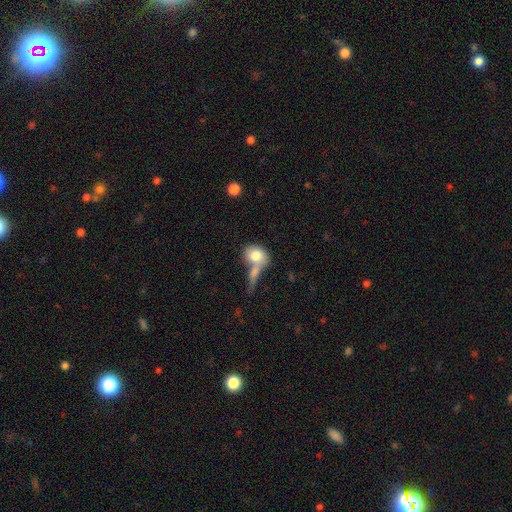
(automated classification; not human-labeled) A smooth galaxy with no disk features (77%) that is in between round and cigar-shaped (60%). Merging: merger (52%).